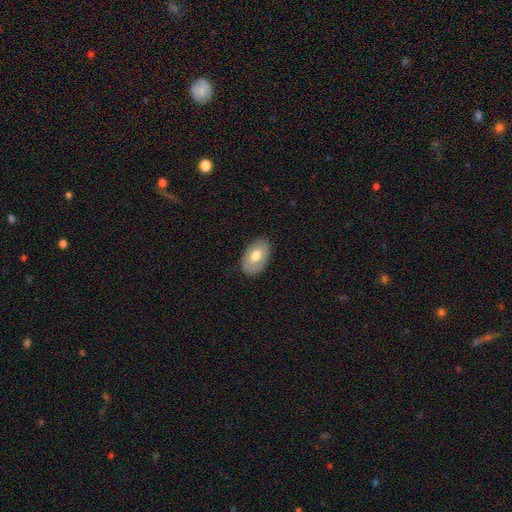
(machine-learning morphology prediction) type=smooth (66%); roundness=in between (91%); merging=none (84%).